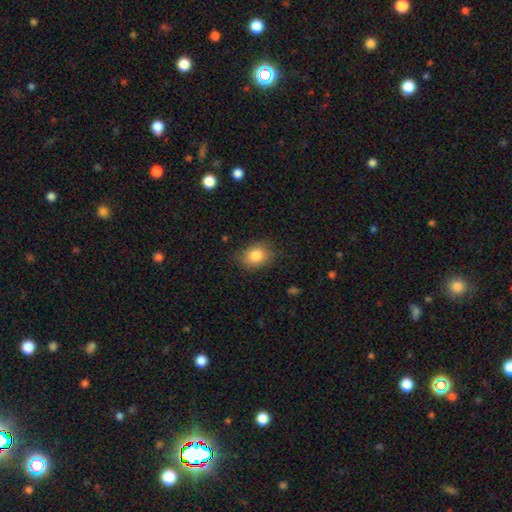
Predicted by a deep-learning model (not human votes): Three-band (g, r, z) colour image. It shows a smooth galaxy with no disk features (83%) that is in between round and cigar-shaped (58%). Merging: none (80%).